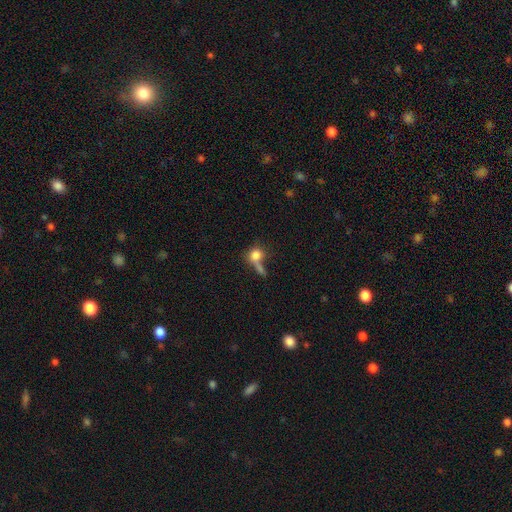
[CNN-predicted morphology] A smooth galaxy with no disk features (77%) that is round (68%). Merging: merger (37%).